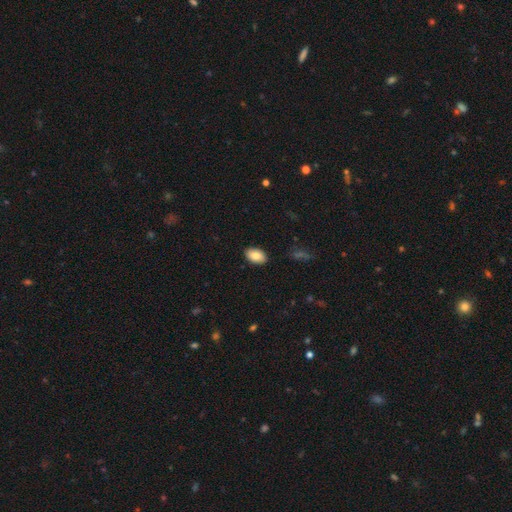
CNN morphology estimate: A smooth galaxy with no disk features (86%) that is in between round and cigar-shaped (92%).

Vote fractions:
- Smooth or featured? smooth: 86% / featured or disk: 7% / star or artifact: 7%
- How rounded? in between: 92% / round: 6% / cigar-shaped: 1%
- Merging? none: 89% / minor disturbance: 8% / major disturbance: 2% / merger: 1%